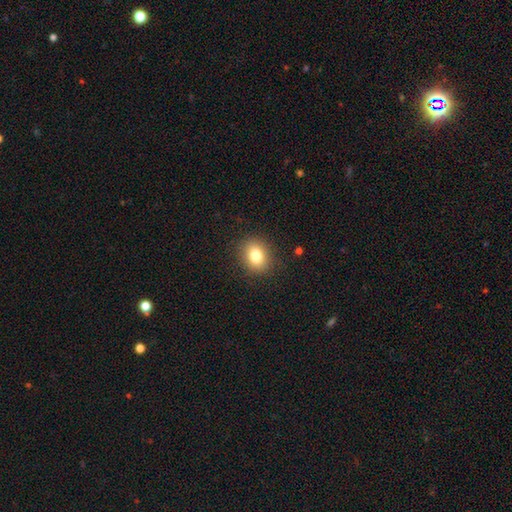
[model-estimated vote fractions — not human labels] smooth-or-featured: smooth: 81% | star or artifact: 10% | featured or disk: 8%
  how-rounded: round: 56% | in between: 43% | cigar-shaped: 1%
  merging: none: 88% | minor disturbance: 8% | major disturbance: 3% | merger: 1%